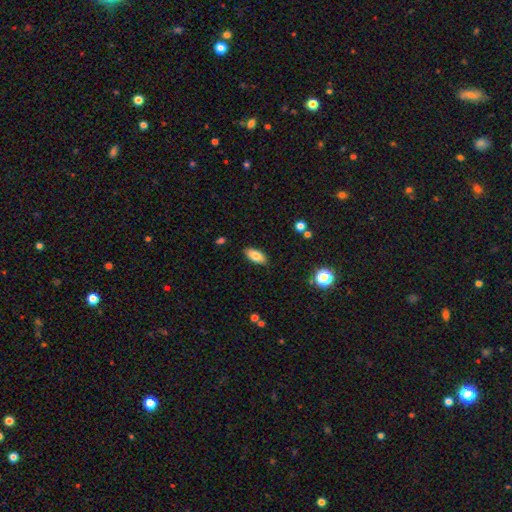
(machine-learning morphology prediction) smooth-or-featured: smooth: 79% | featured or disk: 13% | star or artifact: 8%
  how-rounded: in between: 88% | cigar-shaped: 10% | round: 3%
  merging: none: 88% | minor disturbance: 9% | major disturbance: 2% | merger: 1%